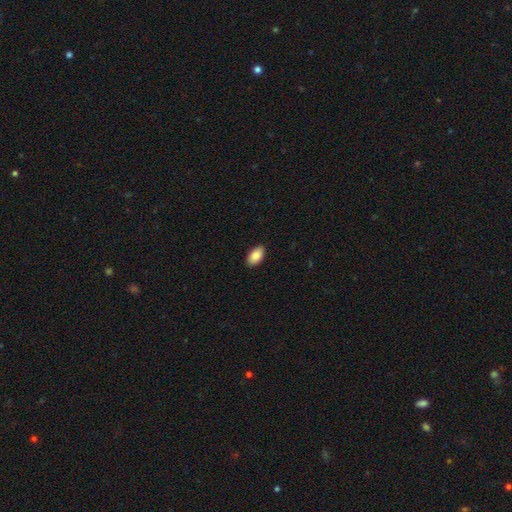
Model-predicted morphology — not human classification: Smooth or featured? smooth (87%)
How rounded? in between (95%)
Merging? none (90%)